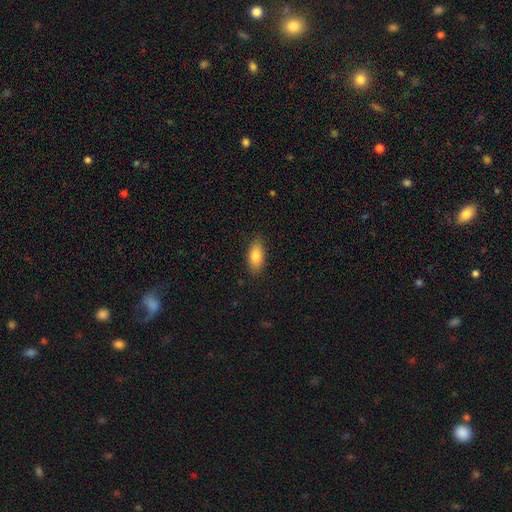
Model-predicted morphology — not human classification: smooth 83%, featured or disk 10%, star or artifact 7%. Down the decision tree: how rounded — in between (91%); merging — none (85%).